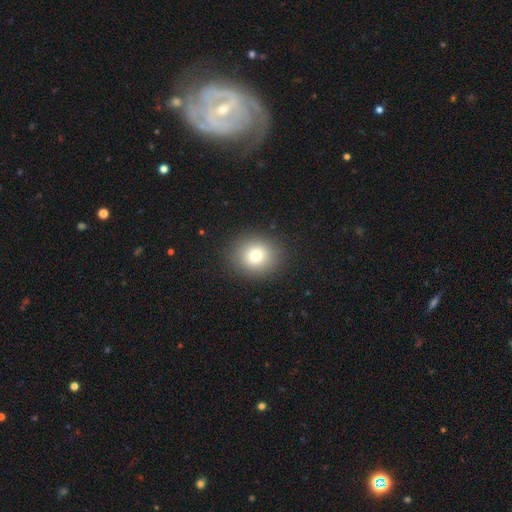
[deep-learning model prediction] Smooth or featured: smooth — 78% (star or artifact — 12%)
How rounded: round — 83% (in between — 16%)
Merging: none — 90% (minor disturbance — 6%)